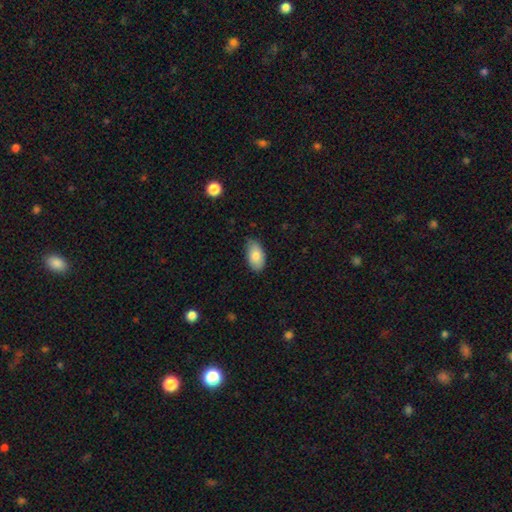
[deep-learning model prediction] smooth_or_featured: smooth (p=0.82) [alt: featured or disk p=0.12]
how_rounded: in between (p=0.94) [alt: round p=0.04]
merging: none (p=0.81) [alt: minor disturbance p=0.16]